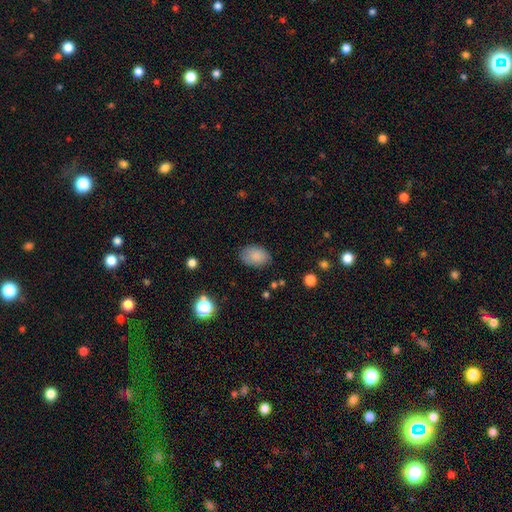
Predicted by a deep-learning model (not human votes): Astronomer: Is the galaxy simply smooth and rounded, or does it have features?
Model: smooth — 86%.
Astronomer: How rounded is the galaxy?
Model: in between — 82%.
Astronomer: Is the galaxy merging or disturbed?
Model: none — 81%.